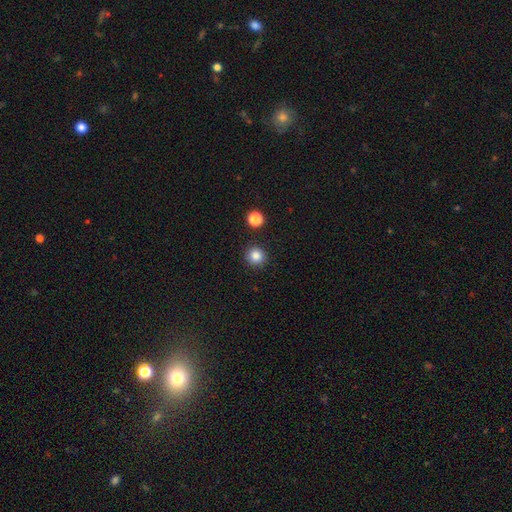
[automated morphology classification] Overall: smooth (85%). How rounded: round (94%). Merging: none (90%).